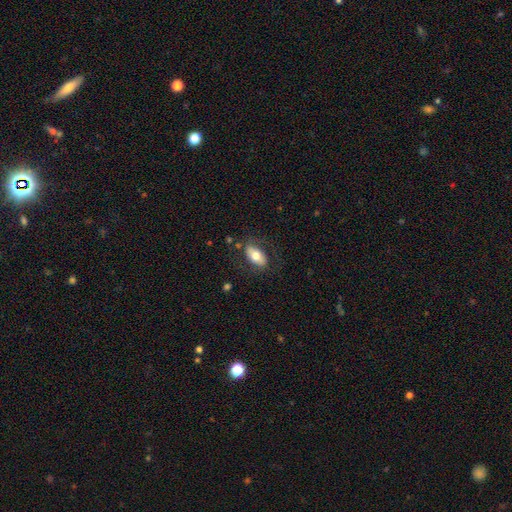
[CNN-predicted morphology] This is likely a smooth galaxy (68%). How rounded: clearly in between (91%). Merging: likely none (74%).